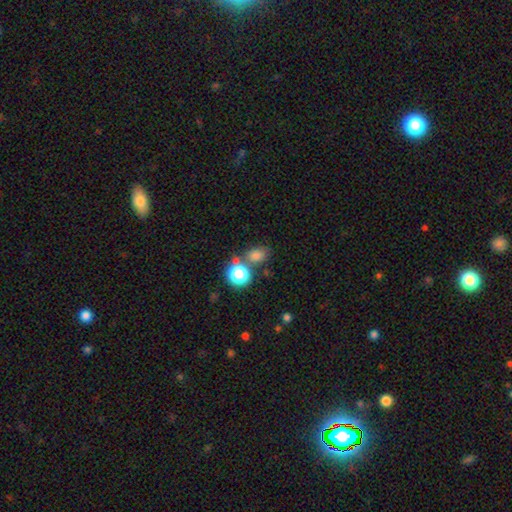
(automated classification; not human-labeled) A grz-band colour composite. It shows a smooth galaxy with no disk features (75%) that is in between round and cigar-shaped (53%). Merging: none (62%).